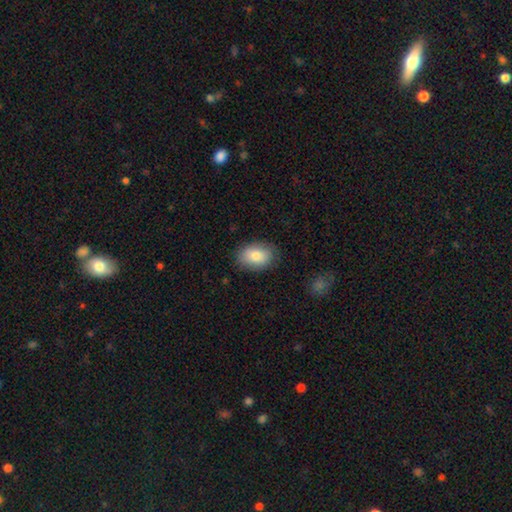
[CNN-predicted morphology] A smooth galaxy with no disk features (81%) that is in between round and cigar-shaped (83%).

Vote fractions:
- Smooth or featured? smooth: 81% / featured or disk: 12% / star or artifact: 7%
- How rounded? in between: 83% / round: 16% / cigar-shaped: 1%
- Merging? none: 84% / minor disturbance: 12% / major disturbance: 3% / merger: 1%